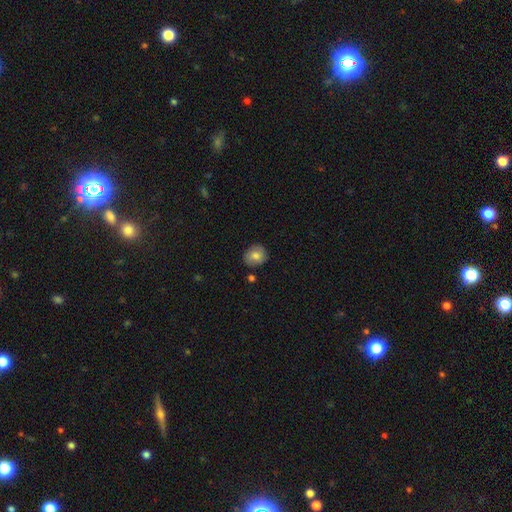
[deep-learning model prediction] Q: Smooth or featured?
A: smooth (77%); runner-up: featured or disk (14%)
Q: How rounded?
A: round (78%); runner-up: in between (21%)
Q: Merging?
A: none (82%); runner-up: minor disturbance (13%)